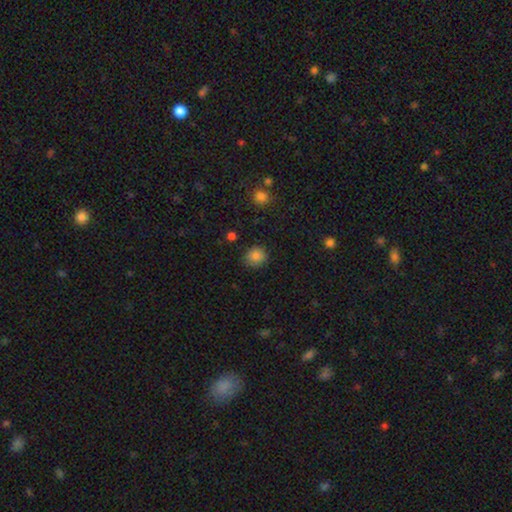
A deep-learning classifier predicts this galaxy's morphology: A smooth galaxy with no disk features (85%) that is round (83%).

Vote fractions:
- Smooth or featured? smooth: 85% / star or artifact: 11% / featured or disk: 4%
- How rounded? round: 83% / in between: 16% / cigar-shaped: 1%
- Merging? none: 84% / minor disturbance: 11% / major disturbance: 3% / merger: 2%